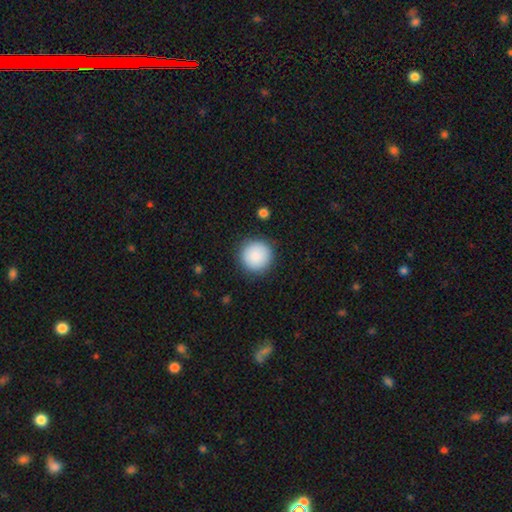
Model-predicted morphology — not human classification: Smooth or featured?
  - smooth: 88% *
  - star or artifact: 7%
  - featured or disk: 4%
How rounded?
  - round: 95% *
  - in between: 4%
  - cigar-shaped: 1%
Merging?
  - none: 89% *
  - minor disturbance: 7%
  - major disturbance: 2%
  - merger: 1%